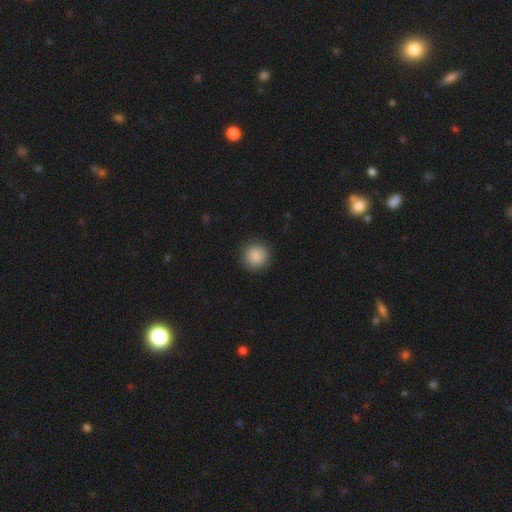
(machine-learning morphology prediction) This is clearly a smooth galaxy (88%). How rounded: clearly round (93%). Merging: clearly none (90%).